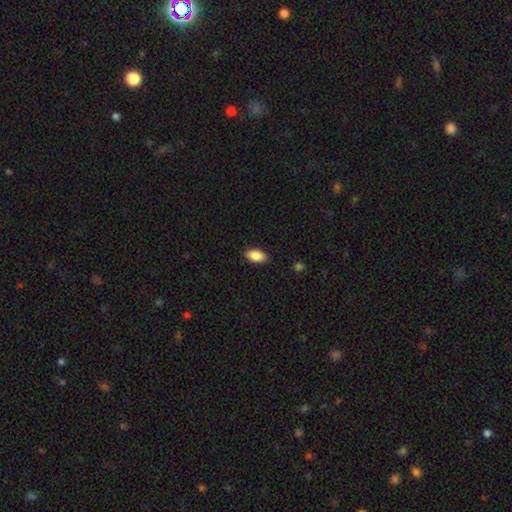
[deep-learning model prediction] Smooth or featured: smooth — 87% (star or artifact — 7%)
How rounded: in between — 93% (round — 4%)
Merging: none — 88% (minor disturbance — 9%)